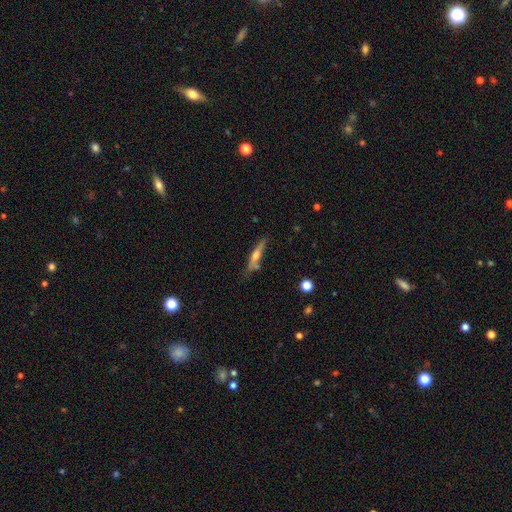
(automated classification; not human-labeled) The model was most divided on "smooth or featured": featured or disk: 58%, smooth: 36%, star or artifact: 6%. More confident: edge-on disk — yes (94%); edge-on bulge — rounded (89%); merging — none (70%).